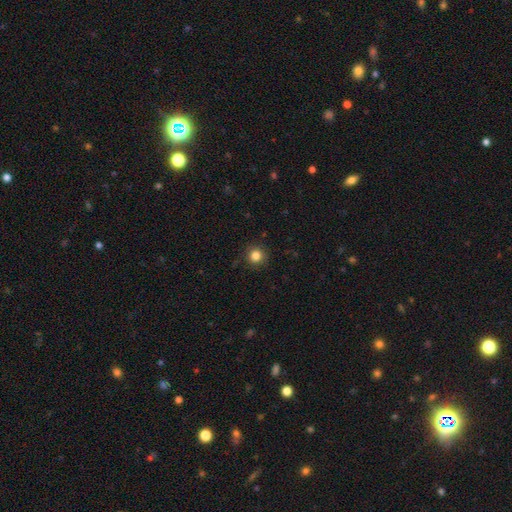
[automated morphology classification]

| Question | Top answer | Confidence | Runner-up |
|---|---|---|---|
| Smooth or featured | smooth | 83% | star or artifact (12%) |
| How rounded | round | 94% | in between (5%) |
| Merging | none | 90% | minor disturbance (7%) |